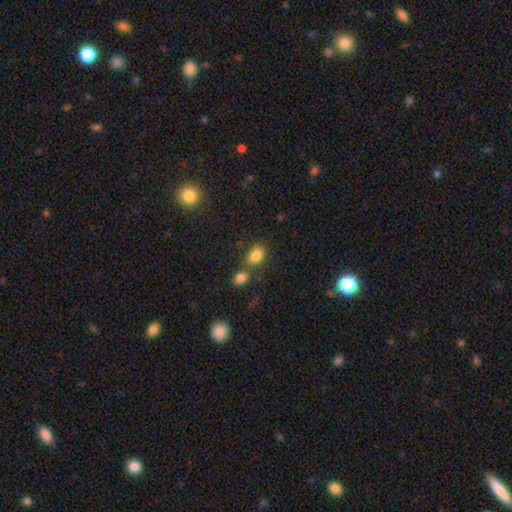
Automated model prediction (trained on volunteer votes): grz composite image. It shows a smooth galaxy with no disk features (83%) that is in between round and cigar-shaped (76%). Merging: none (53%).